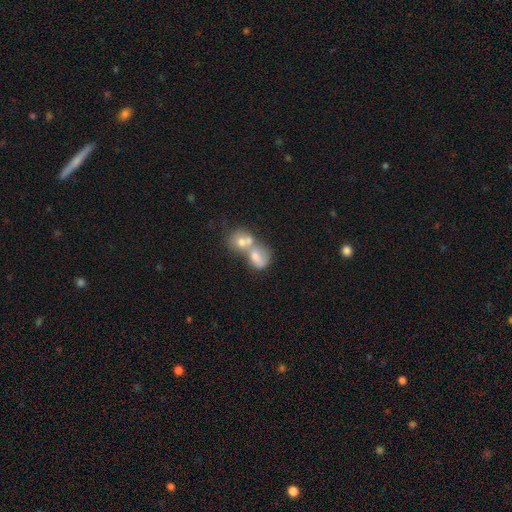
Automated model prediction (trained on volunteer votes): The model was most divided on "how rounded": in between: 53%, round: 45%, cigar-shaped: 2%. More confident: merging — merger (75%); smooth or featured — smooth (57%).